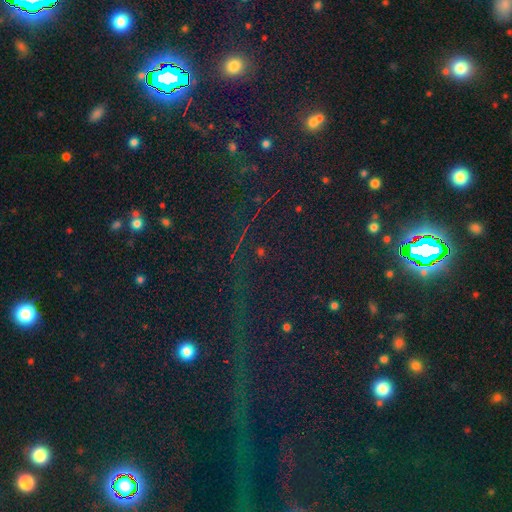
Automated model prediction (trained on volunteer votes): This appears to be a star or artifact, not a galaxy (80%).